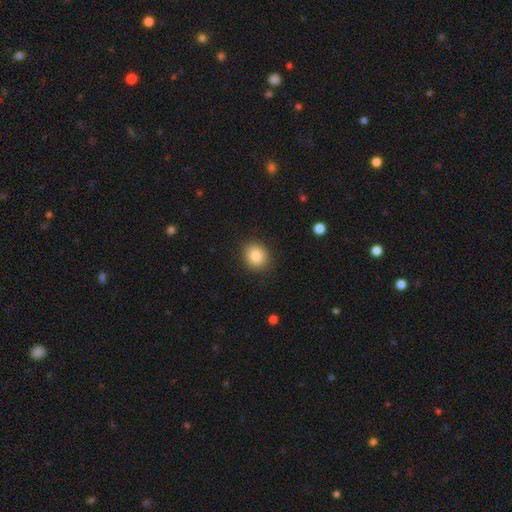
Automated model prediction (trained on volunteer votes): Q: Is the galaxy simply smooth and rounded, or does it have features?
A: smooth — 85%.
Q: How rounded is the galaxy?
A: round — 74%.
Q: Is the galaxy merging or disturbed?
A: none — 89%.